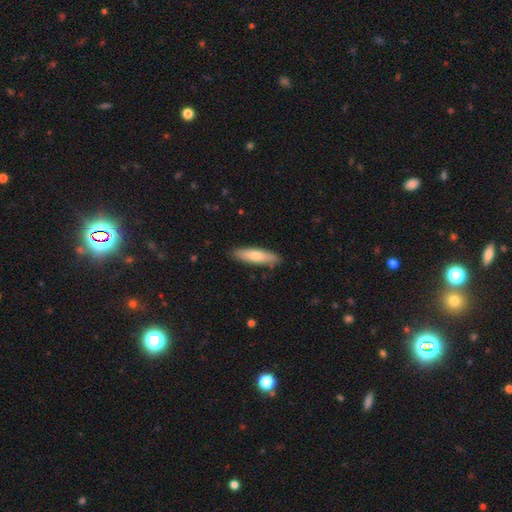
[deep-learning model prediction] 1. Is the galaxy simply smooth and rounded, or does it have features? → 74% smooth, 21% featured or disk, 5% star or artifact.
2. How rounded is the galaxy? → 69% cigar-shaped, 29% in between, 2% round.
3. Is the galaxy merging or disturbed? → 87% none, 10% minor disturbance, 2% major disturbance, 1% merger.